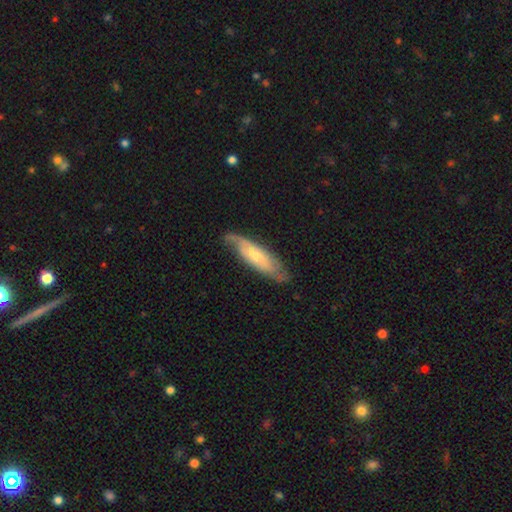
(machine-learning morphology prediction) A featured or disk galaxy (55%).

Vote fractions:
- Smooth or featured? featured or disk: 55% / smooth: 40% / star or artifact: 5%
- Edge-on disk? no: 65% / yes: 35%
- Merging? none: 69% / minor disturbance: 23% / major disturbance: 7% / merger: 2%